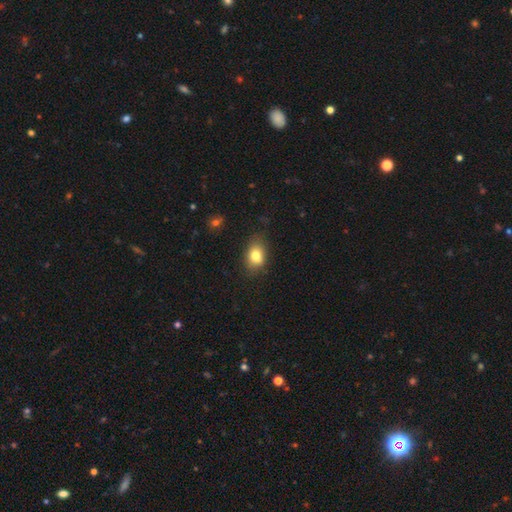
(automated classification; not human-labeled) Smooth or featured?
  - smooth: 80% *
  - featured or disk: 11%
  - star or artifact: 10%
How rounded?
  - in between: 76% *
  - round: 22%
  - cigar-shaped: 2%
Merging?
  - none: 74% *
  - minor disturbance: 20%
  - major disturbance: 5%
  - merger: 2%